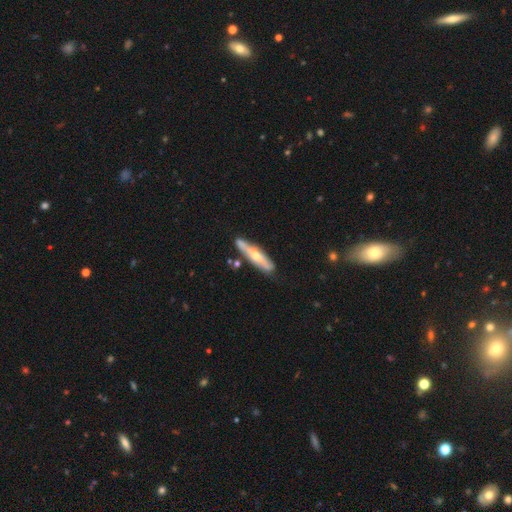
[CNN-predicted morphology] type=featured or disk (52%); edge-on=yes (73%); merging=none (71%).